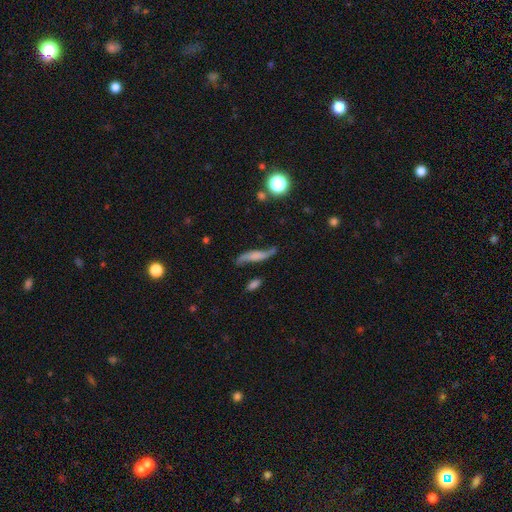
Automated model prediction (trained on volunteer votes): This is likely a featured or disk galaxy (64%). It is likely not viewed edge-on (73%). Merging: likely none (62%).